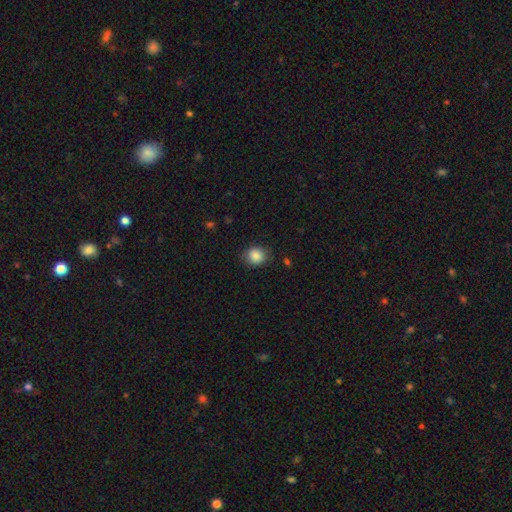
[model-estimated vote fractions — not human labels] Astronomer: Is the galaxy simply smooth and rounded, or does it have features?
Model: smooth — 87%.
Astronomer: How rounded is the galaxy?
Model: round — 76%.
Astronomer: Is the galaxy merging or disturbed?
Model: none — 82%.